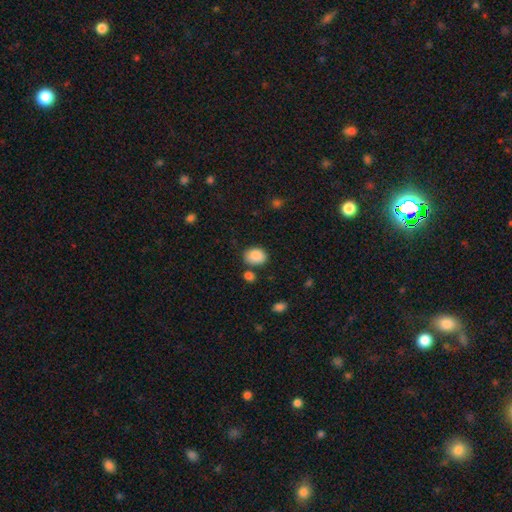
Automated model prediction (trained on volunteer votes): Smooth or featured: smooth — 88% (star or artifact — 8%)
How rounded: in between — 62% (round — 37%)
Merging: none — 73% (minor disturbance — 16%)